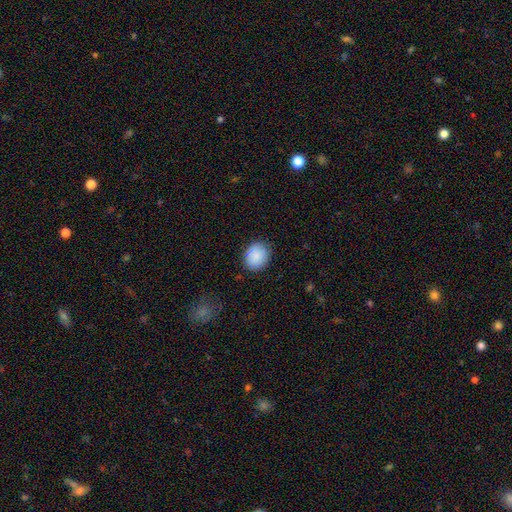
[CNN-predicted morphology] smooth 85%, star or artifact 8%, featured or disk 7%. Down the decision tree: how rounded — round (60%); merging — none (82%).